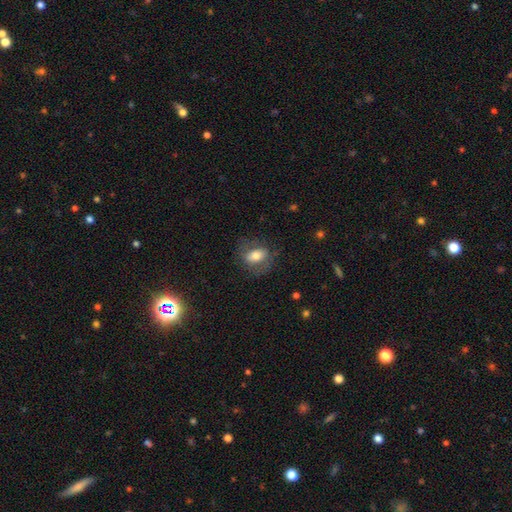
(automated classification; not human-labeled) Smooth or featured? Predicted: smooth (p=0.63). How rounded? Predicted: in between (p=0.74). Merging? Predicted: none (p=0.71).